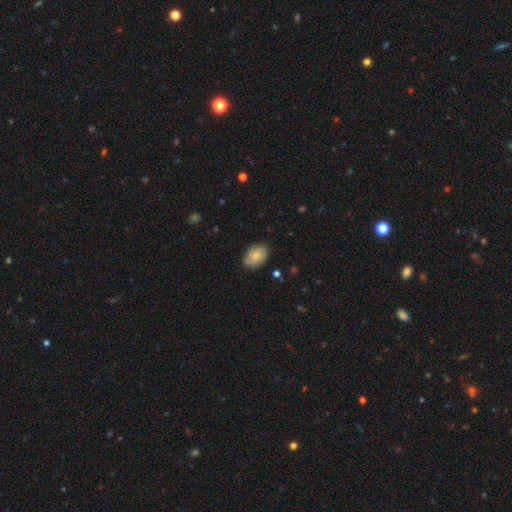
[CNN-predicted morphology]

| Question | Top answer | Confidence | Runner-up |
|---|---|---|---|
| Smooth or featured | smooth | 66% | featured or disk (26%) |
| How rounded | in between | 79% | round (20%) |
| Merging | none | 73% | minor disturbance (21%) |